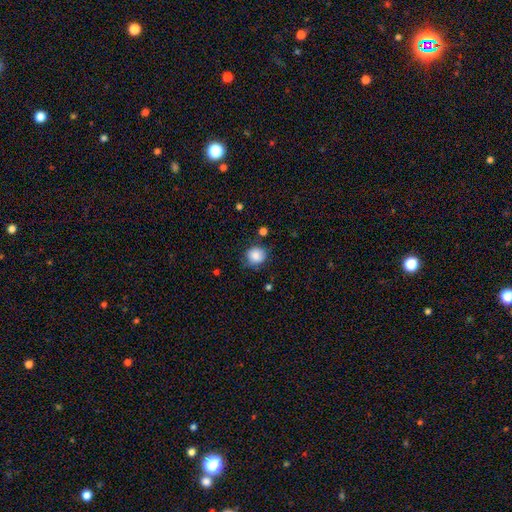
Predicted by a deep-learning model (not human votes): smooth-or-featured: smooth: 85% | star or artifact: 9% | featured or disk: 6%
  how-rounded: round: 86% | in between: 13% | cigar-shaped: 1%
  merging: none: 73% | minor disturbance: 20% | major disturbance: 5% | merger: 2%